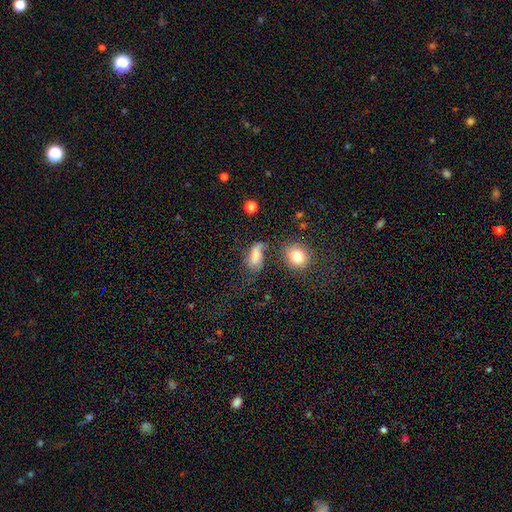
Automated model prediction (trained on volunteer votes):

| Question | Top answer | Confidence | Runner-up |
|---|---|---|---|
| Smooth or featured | smooth | 71% | featured or disk (16%) |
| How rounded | in between | 82% | cigar-shaped (9%) |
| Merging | none | 39% | minor disturbance (26%) |